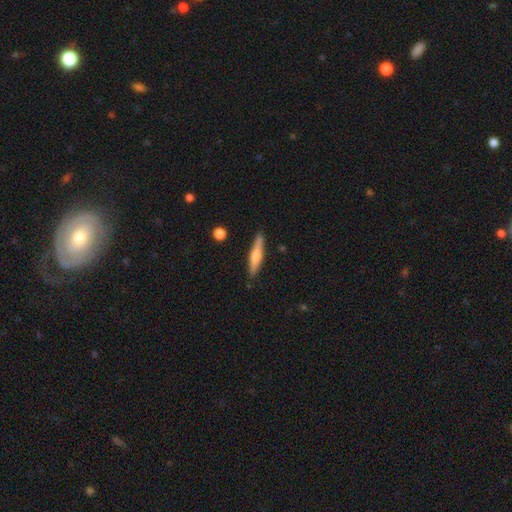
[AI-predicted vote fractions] smooth_or_featured: smooth (p=0.48) [alt: featured or disk p=0.46]
merging: none (p=0.88) [alt: minor disturbance p=0.09]